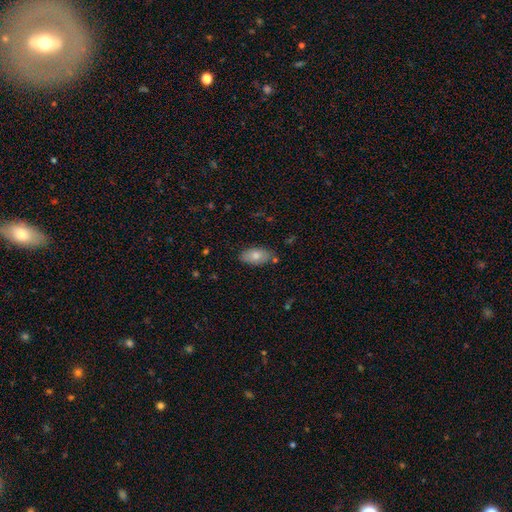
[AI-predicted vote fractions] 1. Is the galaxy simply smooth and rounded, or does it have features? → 78% smooth, 15% featured or disk, 7% star or artifact.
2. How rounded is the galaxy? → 93% in between, 4% round, 3% cigar-shaped.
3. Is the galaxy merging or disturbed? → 76% none, 16% minor disturbance, 4% merger, 3% major disturbance.